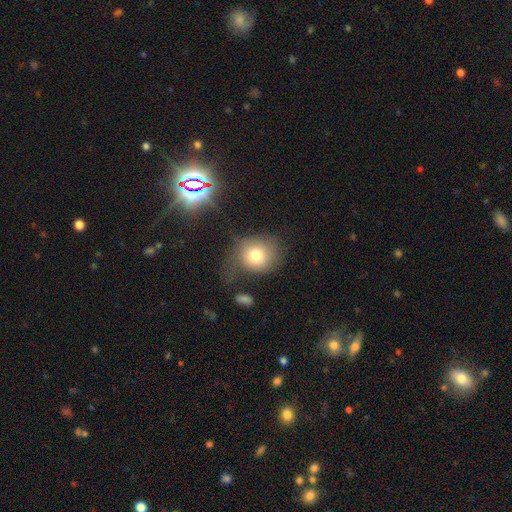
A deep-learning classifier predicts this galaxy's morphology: Smooth or featured? smooth (74%)
How rounded? round (75%)
Merging? none (48%)